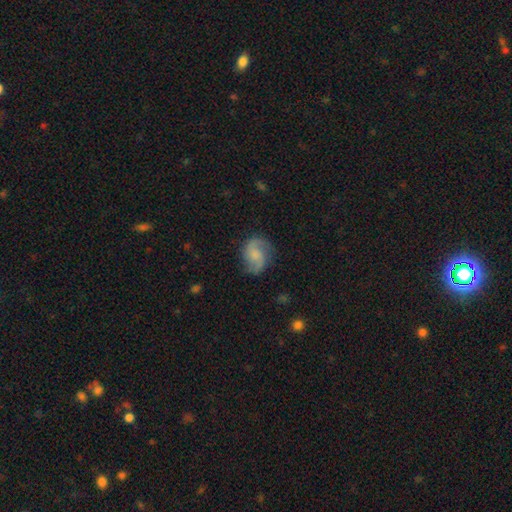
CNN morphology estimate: This is likely a featured or disk galaxy (64%). It is clearly not viewed edge-on (98%). Bar: likely no (60%). Spiral arm pattern: clearly yes (94%). Spiral arm count: clearly 2 (88%). Spiral winding: marginally medium (43%). Central bulge: marginally none (37%). Merging: likely none (71%).